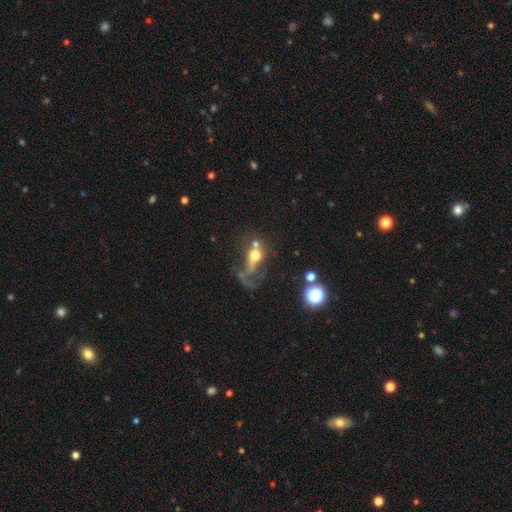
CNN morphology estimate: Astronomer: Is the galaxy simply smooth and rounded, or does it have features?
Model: smooth — 51% (runner-up: featured or disk, 34%).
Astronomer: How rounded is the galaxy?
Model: in between — 47% (runner-up: round, 44%).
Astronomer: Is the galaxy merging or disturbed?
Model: major disturbance — 42% (runner-up: merger, 26%).